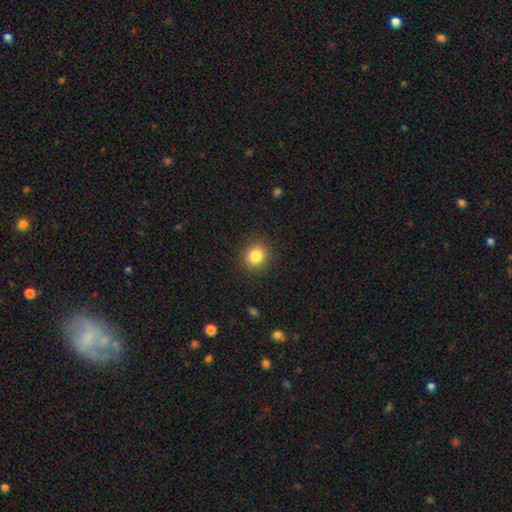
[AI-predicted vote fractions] Smooth or featured? Predicted: smooth (p=0.84). How rounded? Predicted: round (p=0.86). Merging? Predicted: none (p=0.90).